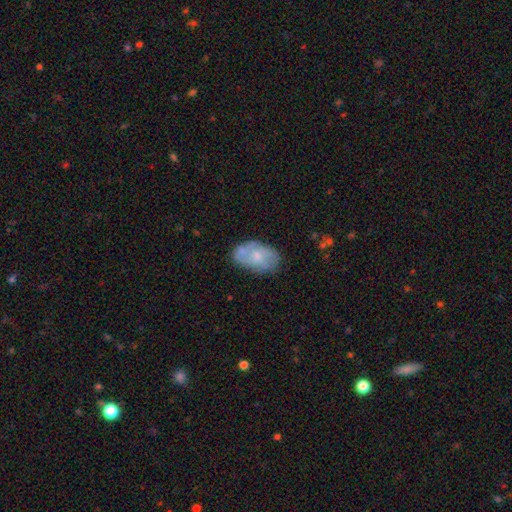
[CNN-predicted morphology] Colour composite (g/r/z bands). It shows a featured or disk galaxy (48%). Merging: none (61%).